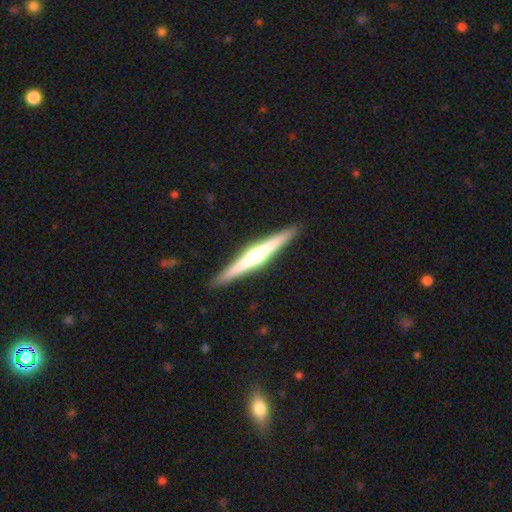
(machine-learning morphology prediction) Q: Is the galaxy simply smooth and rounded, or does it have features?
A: featured or disk — 78%.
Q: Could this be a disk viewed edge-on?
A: yes — 98%.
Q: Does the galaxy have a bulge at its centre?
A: rounded — 87%.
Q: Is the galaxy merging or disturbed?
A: none — 92%.